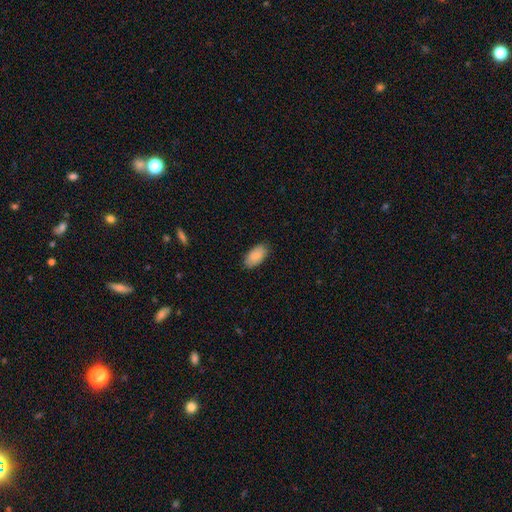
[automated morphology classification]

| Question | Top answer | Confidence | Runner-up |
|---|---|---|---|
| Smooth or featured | smooth | 89% | star or artifact (6%) |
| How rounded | in between | 95% | cigar-shaped (3%) |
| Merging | none | 86% | minor disturbance (11%) |